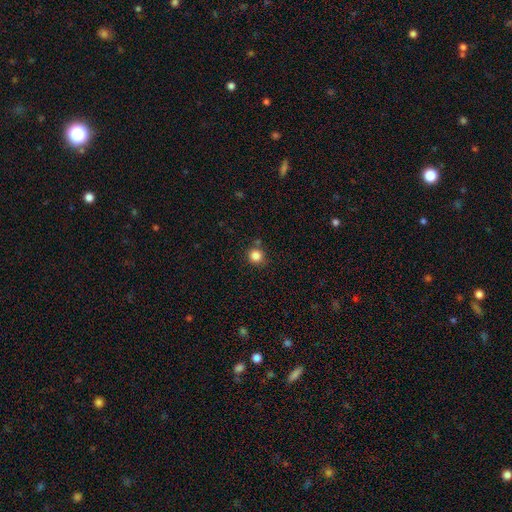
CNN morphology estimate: Smooth or featured? Predicted: smooth (p=0.85). How rounded? Predicted: round (p=0.91). Merging? Predicted: none (p=0.80).